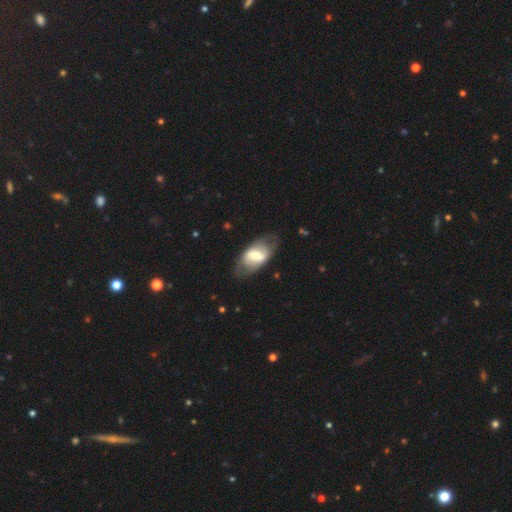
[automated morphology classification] This is possibly a smooth galaxy (48%). Merging: likely none (70%).